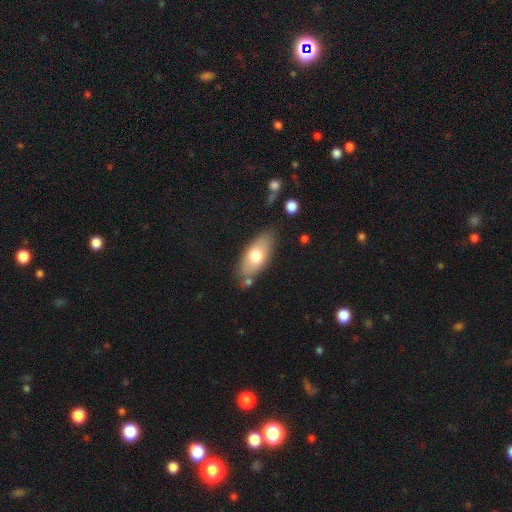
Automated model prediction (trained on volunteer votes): Smooth or featured: smooth — 70% (featured or disk — 24%)
How rounded: in between — 84% (cigar-shaped — 13%)
Merging: none — 77% (minor disturbance — 14%)